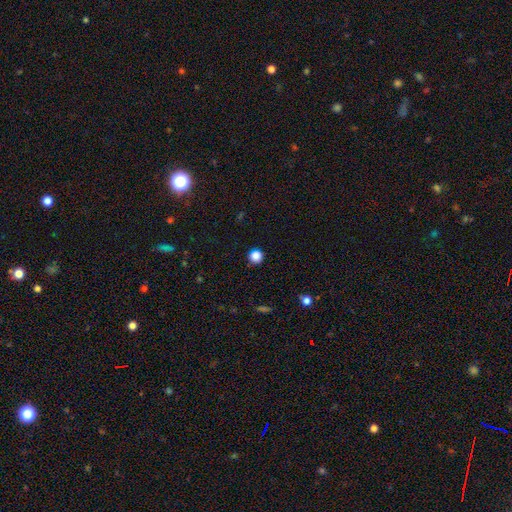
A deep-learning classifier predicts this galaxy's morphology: A smooth galaxy with no disk features (84%) that is round (95%). Merging: none (91%).